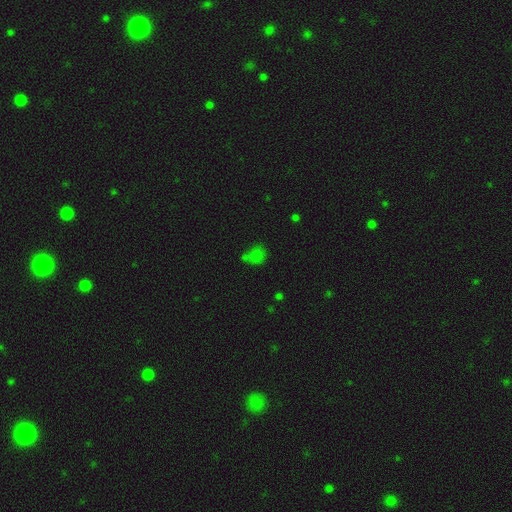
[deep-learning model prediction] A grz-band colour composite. It shows a smooth galaxy with no disk features (69%) that is round (62%). Merging: none (48%).